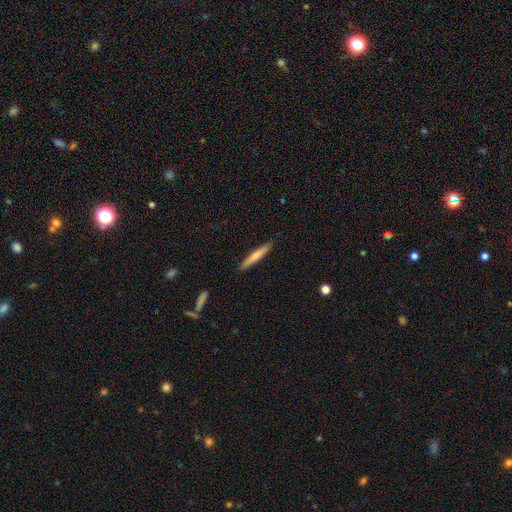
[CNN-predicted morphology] Overall: smooth (65%; featured or disk 30%). How rounded: cigar-shaped (94%). Merging: none (89%).